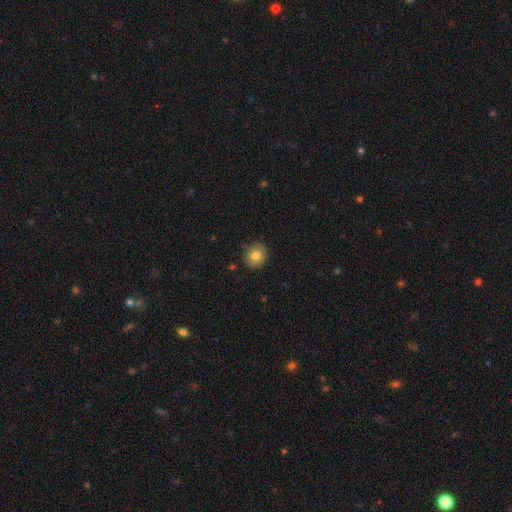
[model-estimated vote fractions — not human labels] Overall: smooth (79%). How rounded: round (80%). Merging: none (85%).